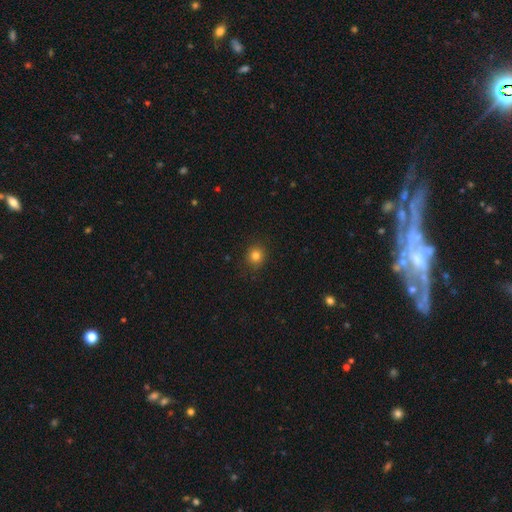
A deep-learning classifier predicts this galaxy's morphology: smooth_or_featured: smooth (p=0.81) [alt: star or artifact p=0.13]
how_rounded: round (p=0.87) [alt: in between p=0.12]
merging: none (p=0.88) [alt: minor disturbance p=0.08]